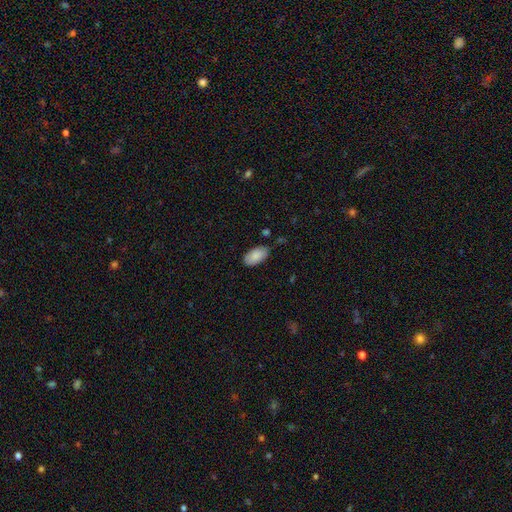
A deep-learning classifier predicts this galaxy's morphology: smooth-or-featured: smooth: 87% | featured or disk: 7% | star or artifact: 6%
  how-rounded: in between: 95% | round: 3% | cigar-shaped: 2%
  merging: none: 77% | minor disturbance: 17% | major disturbance: 3% | merger: 3%